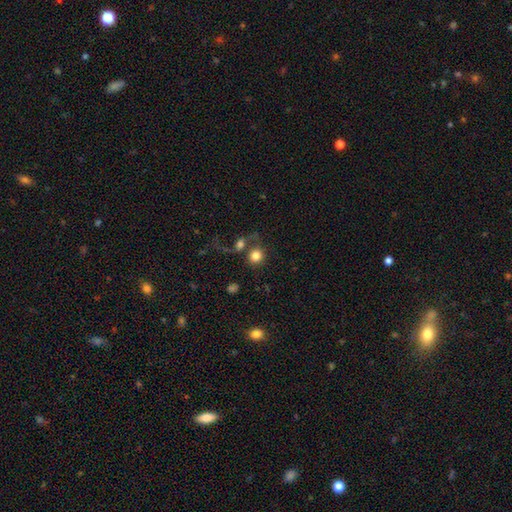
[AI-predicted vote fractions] This appears to be a smooth galaxy with no disk features (81%) that is round (88%). Merging: none (56%).